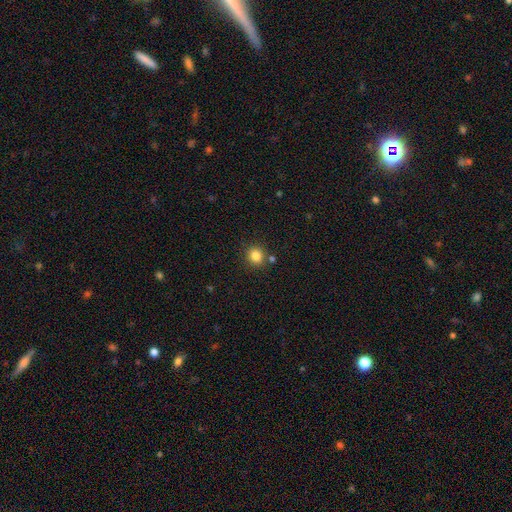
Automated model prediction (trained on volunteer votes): This appears to be a smooth galaxy with no disk features (84%) that is round (86%). Merging: none (84%).